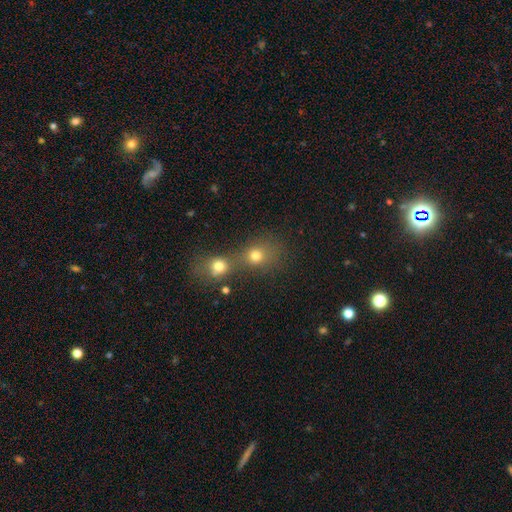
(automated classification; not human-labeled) Q: Smooth or featured?
A: smooth (74%); runner-up: star or artifact (16%)
Q: How rounded?
A: round (76%); runner-up: in between (23%)
Q: Merging?
A: merger (56%); runner-up: none (33%)